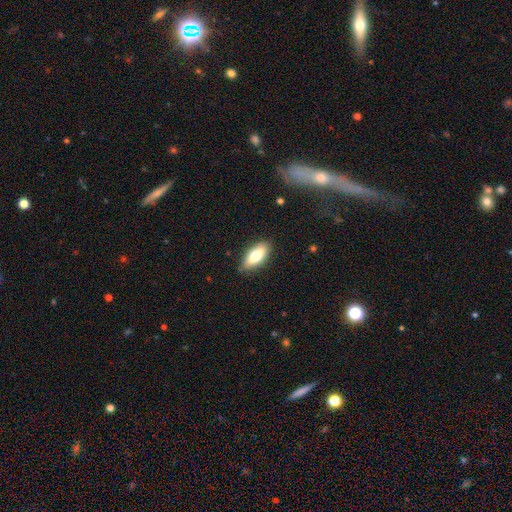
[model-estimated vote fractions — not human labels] Smooth or featured? Predicted: smooth (p=0.73). How rounded? Predicted: in between (p=0.81). Merging? Predicted: none (p=0.84).